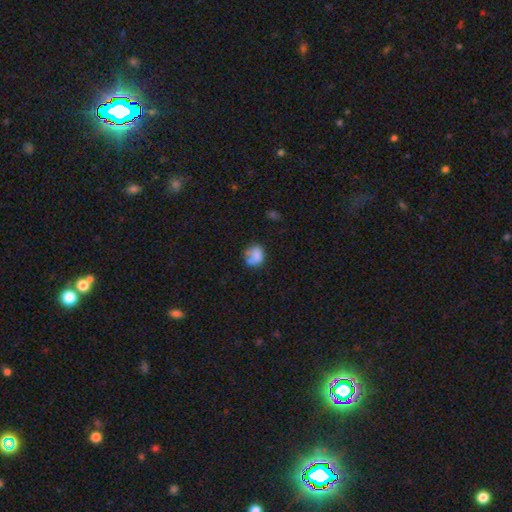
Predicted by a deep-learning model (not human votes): Q: Smooth or featured?
A: smooth (72%); runner-up: featured or disk (18%)
Q: How rounded?
A: round (61%); runner-up: in between (38%)
Q: Merging?
A: none (46%); runner-up: minor disturbance (26%)